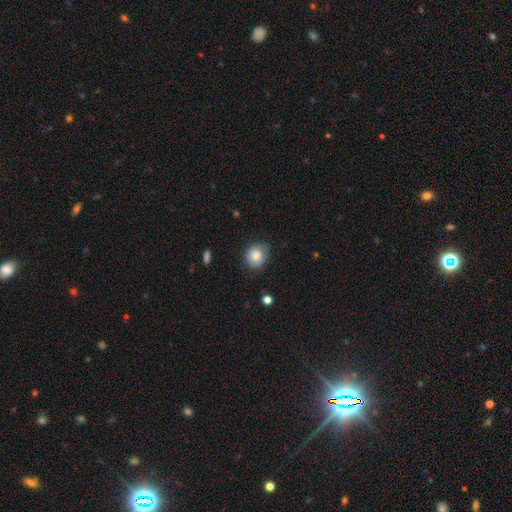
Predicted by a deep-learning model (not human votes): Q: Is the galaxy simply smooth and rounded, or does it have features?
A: smooth — 79%.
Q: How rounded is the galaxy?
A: round — 66%.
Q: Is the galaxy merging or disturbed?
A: none — 73%.